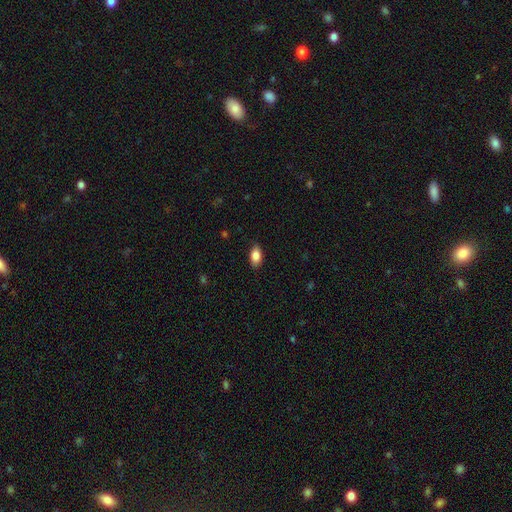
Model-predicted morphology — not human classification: The model was most divided on "merging": none: 87%, minor disturbance: 10%, major disturbance: 2%, merger: 1%. More confident: how rounded — in between (90%); smooth or featured — smooth (86%).